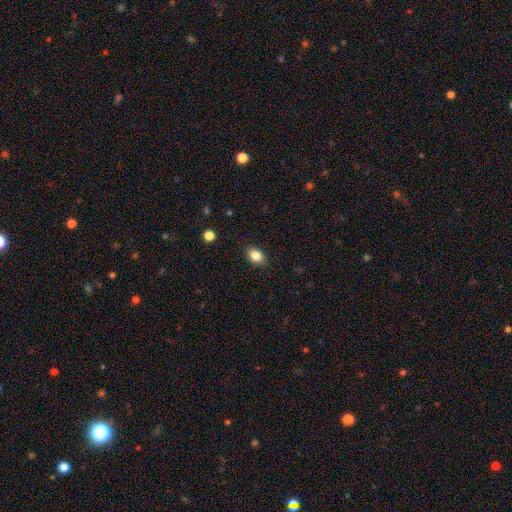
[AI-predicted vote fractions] smooth 85%, star or artifact 9%, featured or disk 5%. Down the decision tree: how rounded — in between (73%); merging — none (88%).